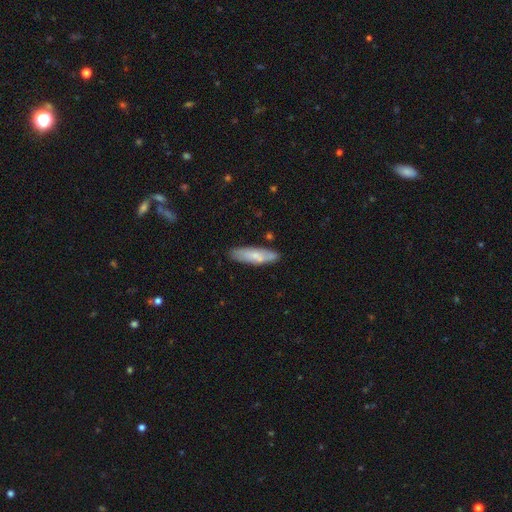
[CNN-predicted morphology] Smooth or featured? smooth (66%)
How rounded? cigar-shaped (60%)
Merging? none (79%)